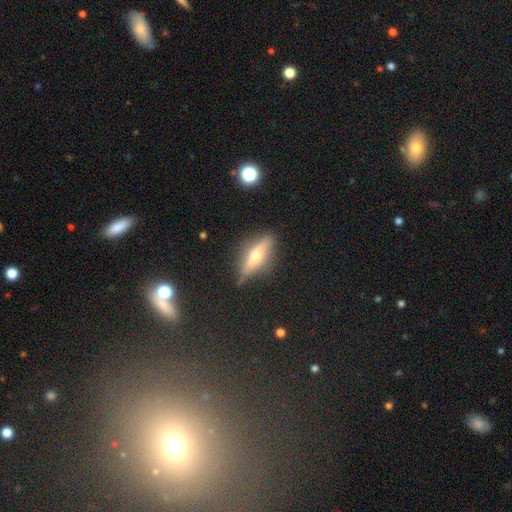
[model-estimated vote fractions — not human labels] smooth-or-featured: featured or disk: 61% | smooth: 27% | star or artifact: 12%
  disk-edge-on: yes: 92% | no: 8%
    edge-on-bulge: rounded: 88% | boxy: 6% | none: 6%
  merging: none: 84% | minor disturbance: 11% | major disturbance: 3% | merger: 2%